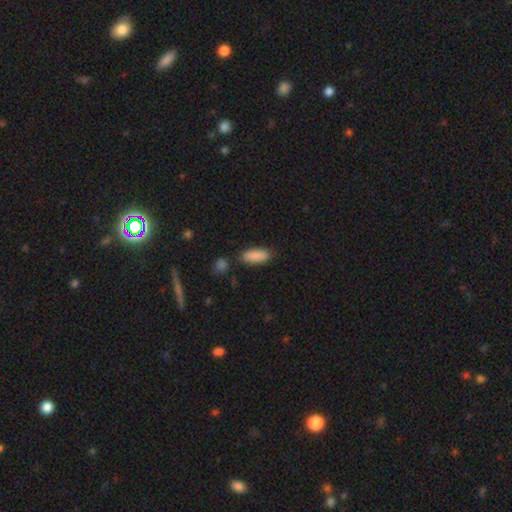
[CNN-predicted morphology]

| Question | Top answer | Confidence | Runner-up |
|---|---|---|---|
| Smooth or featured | smooth | 89% | star or artifact (6%) |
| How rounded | in between | 78% | cigar-shaped (20%) |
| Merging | none | 81% | minor disturbance (12%) |